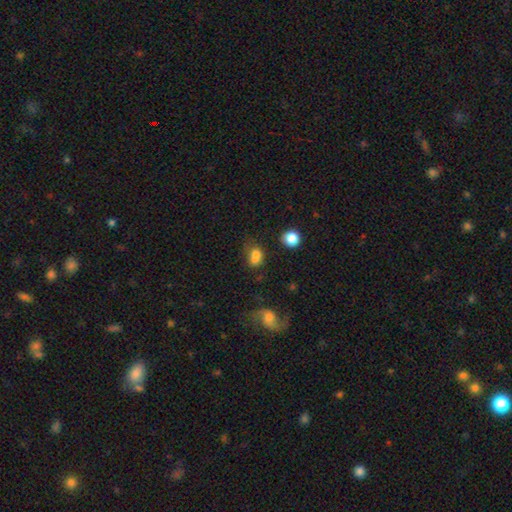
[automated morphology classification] Q: Smooth or featured?
A: smooth (73%); runner-up: featured or disk (14%)
Q: How rounded?
A: in between (55%); runner-up: round (43%)
Q: Merging?
A: none (39%); runner-up: merger (32%)